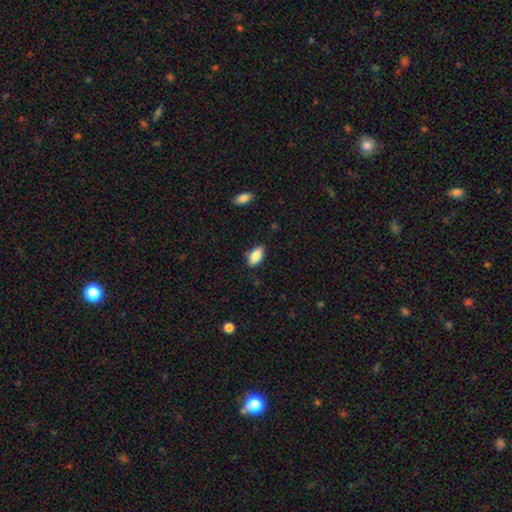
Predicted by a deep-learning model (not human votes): Morphology: type=smooth (85%); roundness=in between (91%); merging=none (82%).